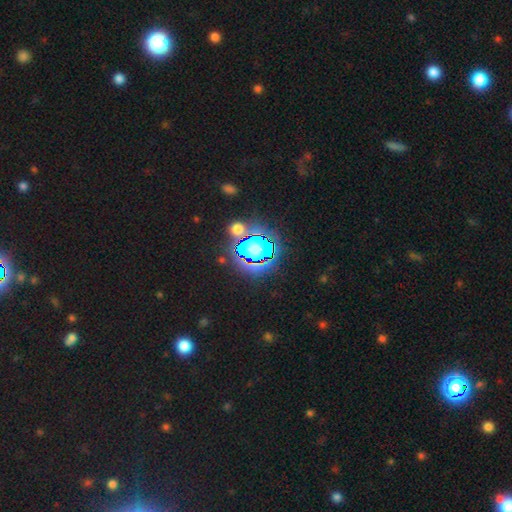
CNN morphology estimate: Q: Smooth or featured?
A: star or artifact (80%); runner-up: smooth (13%)